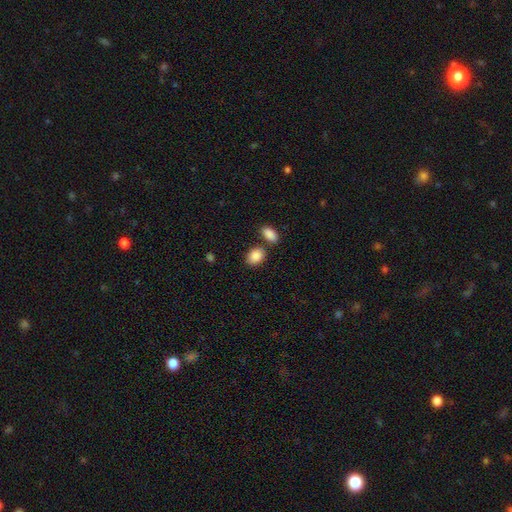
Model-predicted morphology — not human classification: Smooth or featured? Predicted: smooth (p=0.88). How rounded? Predicted: in between (p=0.76). Merging? Predicted: none (p=0.67).